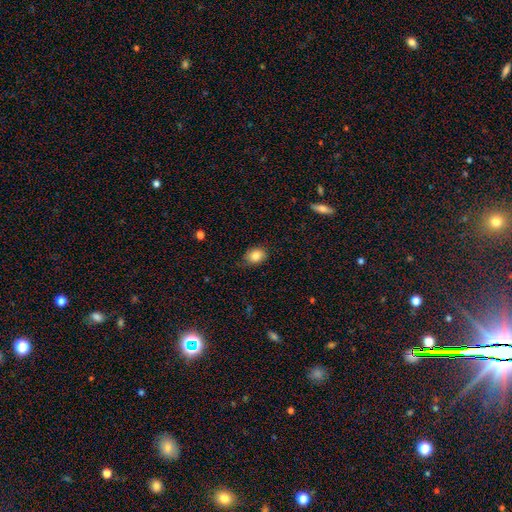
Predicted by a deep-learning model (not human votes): This appears to be a smooth galaxy with no disk features (84%) that is in between round and cigar-shaped (65%). Merging: none (74%).